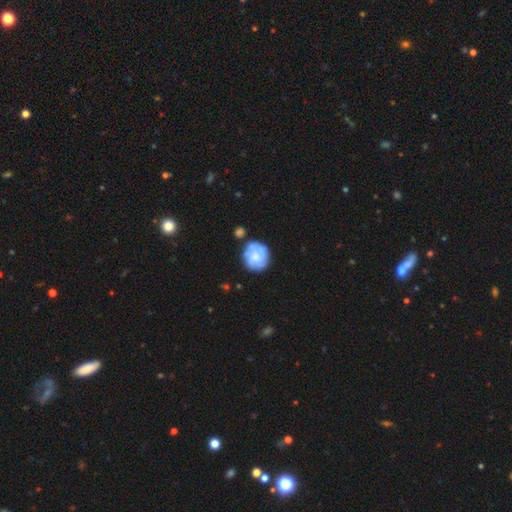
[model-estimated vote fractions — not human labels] A featured or disk galaxy (52%) with no bar (77%), spiral arms (66%) and a moderate central bulge (44%).

Vote fractions:
- Smooth or featured? featured or disk: 52% / smooth: 41% / star or artifact: 7%
- Edge-on disk? no: 98% / yes: 2%
- Bar? no: 77% / weak: 20% / strong: 3%
- Spiral arms? yes: 66% / no: 34%
- Bulge size? moderate: 44% / small: 26% / none: 19% / large: 9% / dominant: 2%
- Merging? none: 67% / minor disturbance: 19% / major disturbance: 7% / merger: 7%